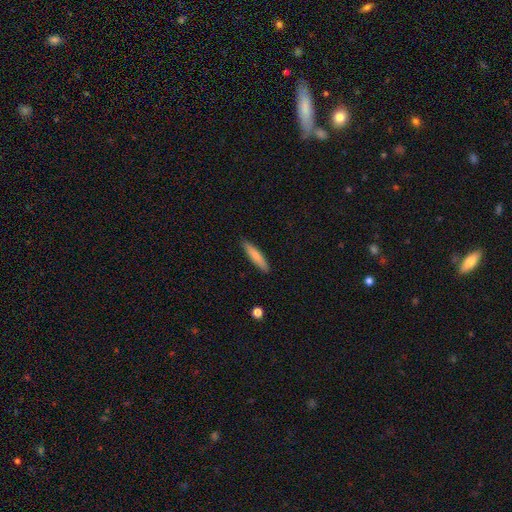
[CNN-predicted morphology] Smooth or featured? Predicted: smooth (p=0.78). How rounded? Predicted: cigar-shaped (p=0.87). Merging? Predicted: none (p=0.88).